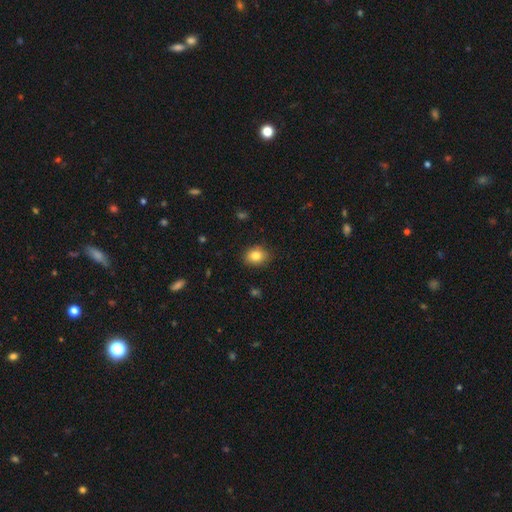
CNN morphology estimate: A smooth galaxy with no disk features (83%) that is round (53%). Merging: none (87%).